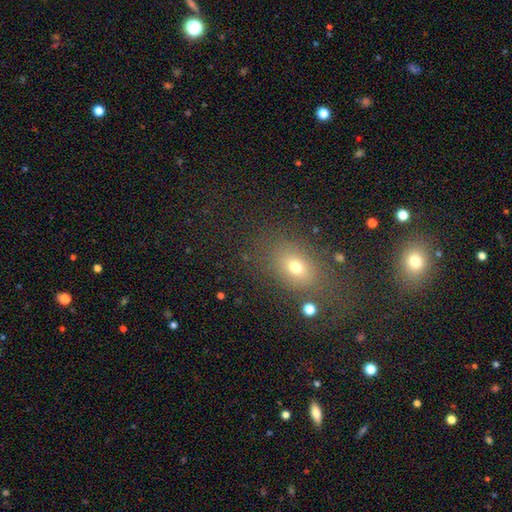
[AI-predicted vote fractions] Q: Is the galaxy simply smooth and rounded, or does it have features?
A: smooth — 60%.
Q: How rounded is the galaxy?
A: in between — 64%.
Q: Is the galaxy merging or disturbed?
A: none — 77%.